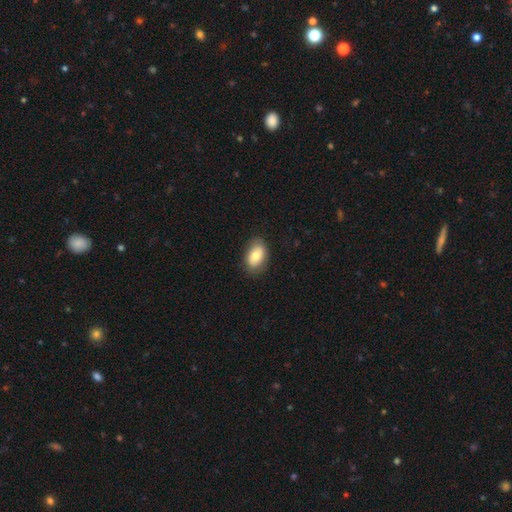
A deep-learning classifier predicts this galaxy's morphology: Smooth or featured? Predicted: smooth (p=0.75). How rounded? Predicted: in between (p=0.88). Merging? Predicted: none (p=0.82).